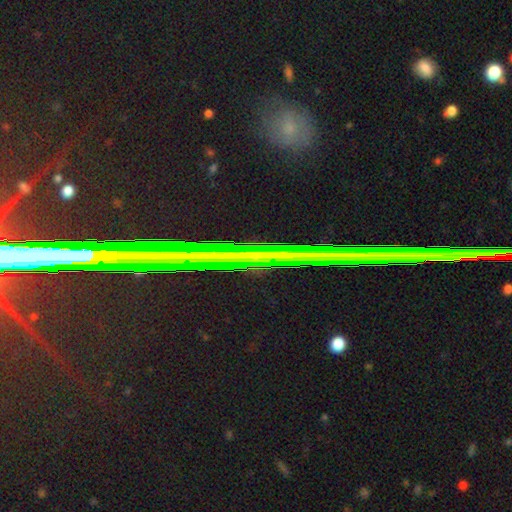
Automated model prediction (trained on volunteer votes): This appears to be a star or artifact, not a galaxy (72%).